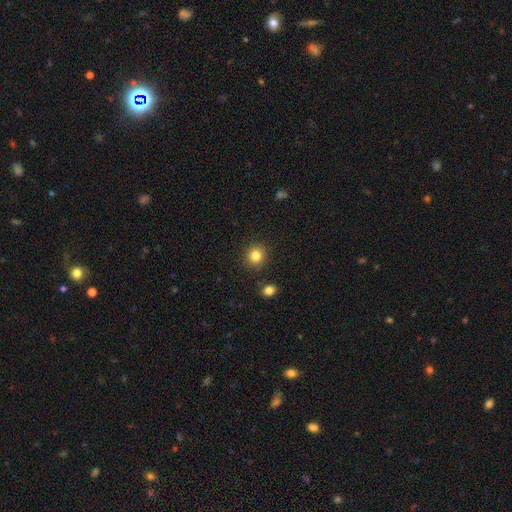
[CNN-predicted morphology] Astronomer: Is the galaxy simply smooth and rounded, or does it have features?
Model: smooth — 83%.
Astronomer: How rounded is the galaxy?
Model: round — 91%.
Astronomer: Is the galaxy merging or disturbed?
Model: none — 90%.